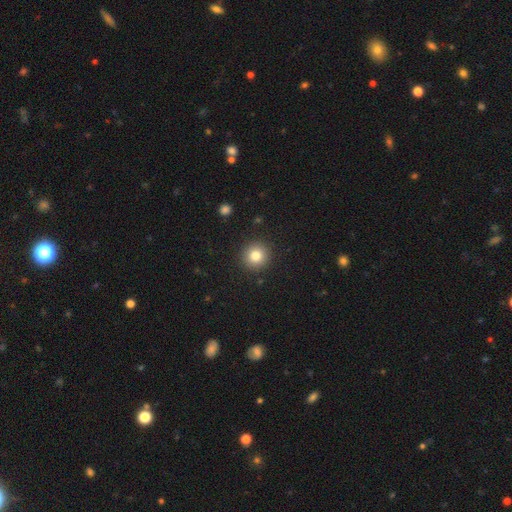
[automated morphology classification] smooth_or_featured: smooth (p=0.81) [alt: star or artifact p=0.11]
how_rounded: round (p=0.94) [alt: in between p=0.06]
merging: none (p=0.91) [alt: minor disturbance p=0.06]